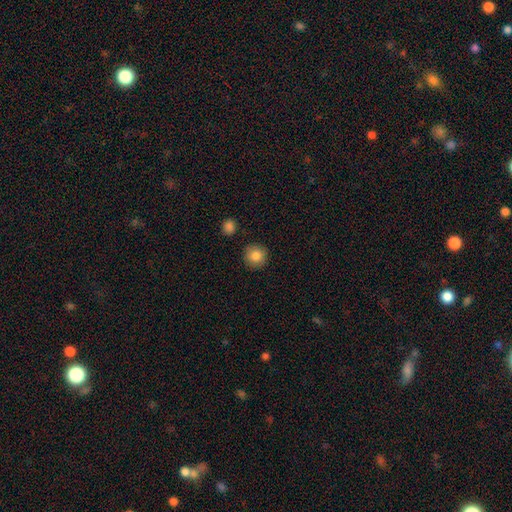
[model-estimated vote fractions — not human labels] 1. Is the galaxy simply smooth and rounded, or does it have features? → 84% smooth, 9% star or artifact, 7% featured or disk.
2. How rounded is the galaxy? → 94% round, 5% in between, 1% cigar-shaped.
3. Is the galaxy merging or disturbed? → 90% none, 6% minor disturbance, 2% merger, 2% major disturbance.